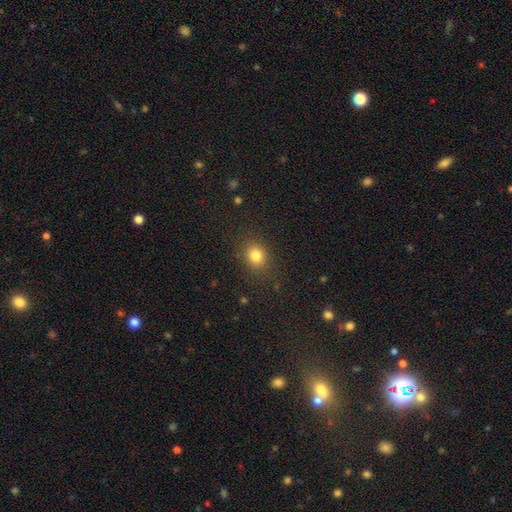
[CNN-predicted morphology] Overall: smooth (81%). How rounded: round (57%; in between 42%). Merging: none (84%).